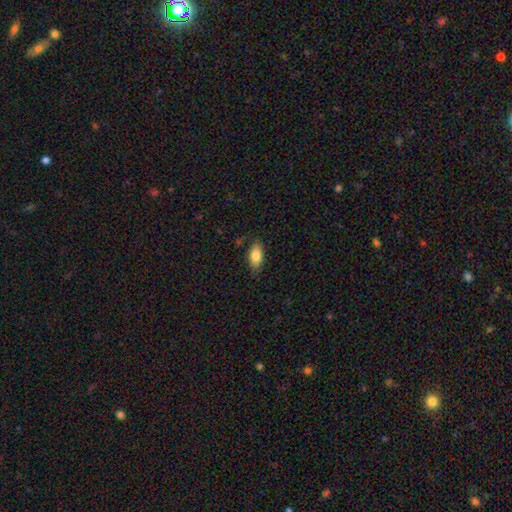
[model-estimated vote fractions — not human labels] Smooth or featured?
  - smooth: 81% *
  - featured or disk: 12%
  - star or artifact: 7%
How rounded?
  - in between: 87% *
  - cigar-shaped: 10%
  - round: 3%
Merging?
  - none: 82% *
  - minor disturbance: 14%
  - major disturbance: 3%
  - merger: 1%